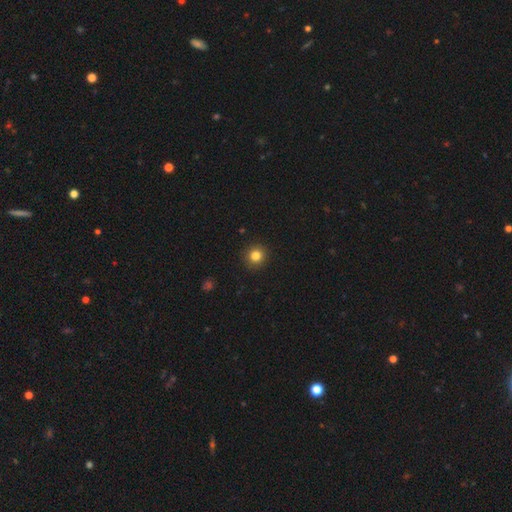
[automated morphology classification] Overall: smooth (83%). How rounded: round (93%). Merging: none (92%).